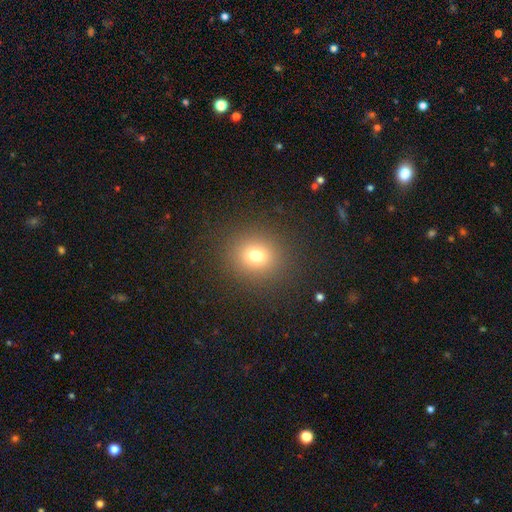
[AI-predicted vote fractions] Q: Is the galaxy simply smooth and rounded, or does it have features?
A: smooth — 73%.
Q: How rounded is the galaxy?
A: round — 84%.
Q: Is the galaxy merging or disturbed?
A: none — 88%.